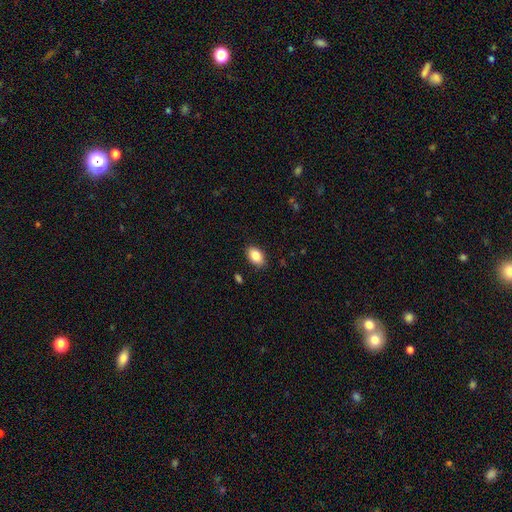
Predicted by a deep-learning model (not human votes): smooth 86%, star or artifact 8%, featured or disk 7%. Down the decision tree: how rounded — in between (87%); merging — none (87%).